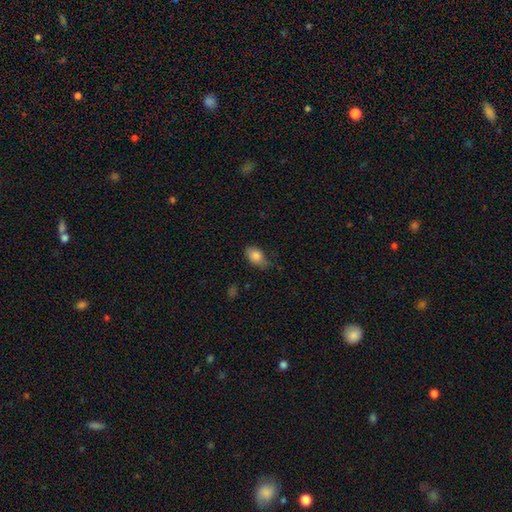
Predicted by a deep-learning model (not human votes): Smooth or featured? smooth (84%)
How rounded? in between (87%)
Merging? none (58%)